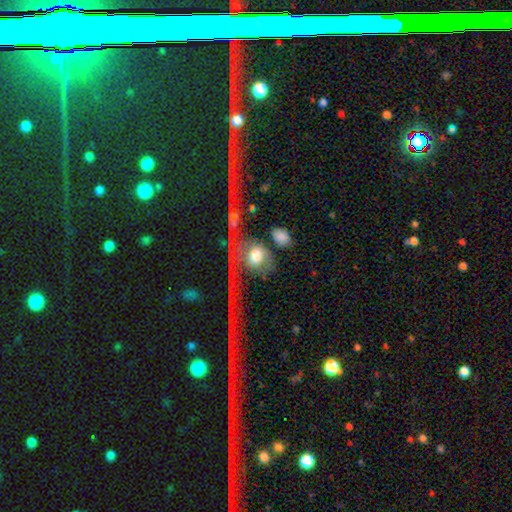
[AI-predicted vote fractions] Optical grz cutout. It shows a smooth galaxy with no disk features (56%) that is in between round and cigar-shaped (49%). Merging: major disturbance (41%).